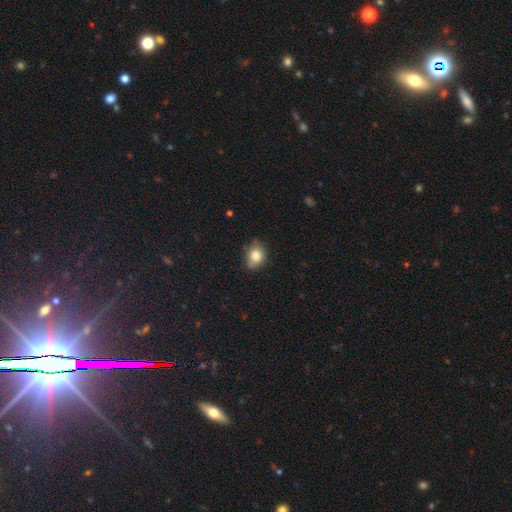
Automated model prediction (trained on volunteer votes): Morphology: type=smooth (81%); roundness=round (53%); merging=none (67%).